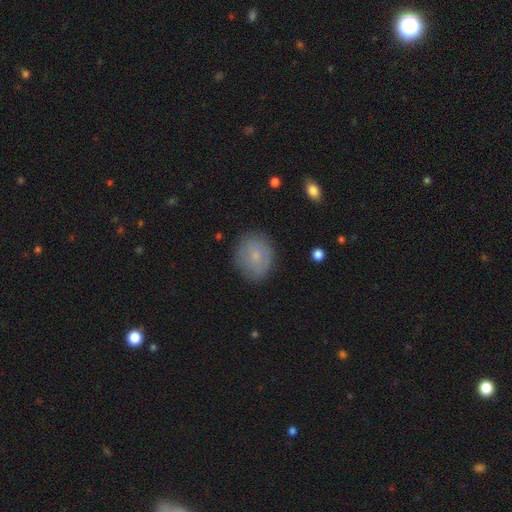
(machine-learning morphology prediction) smooth_or_featured: smooth (p=0.71) [alt: featured or disk p=0.20]
how_rounded: round (p=0.73) [alt: in between p=0.26]
merging: none (p=0.82) [alt: minor disturbance p=0.13]